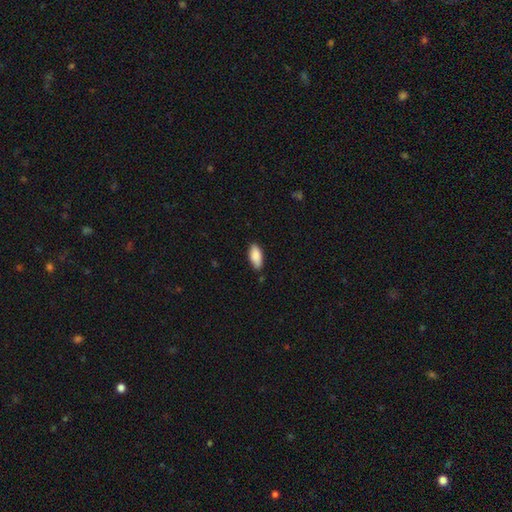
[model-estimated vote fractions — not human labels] The model was most divided on "merging": none: 80%, minor disturbance: 16%, major disturbance: 2%, merger: 2%. More confident: smooth or featured — smooth (87%); how rounded — in between (87%).